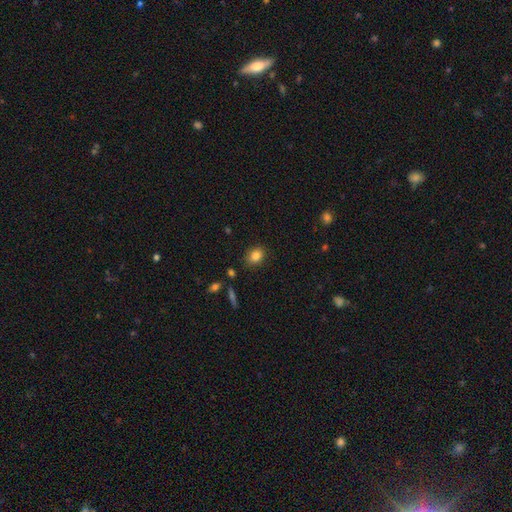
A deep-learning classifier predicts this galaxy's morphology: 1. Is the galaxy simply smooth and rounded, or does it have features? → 84% smooth, 10% star or artifact, 6% featured or disk.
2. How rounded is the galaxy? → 56% in between, 43% round, 1% cigar-shaped.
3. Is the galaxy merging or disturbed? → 85% none, 11% minor disturbance, 3% major disturbance, 2% merger.